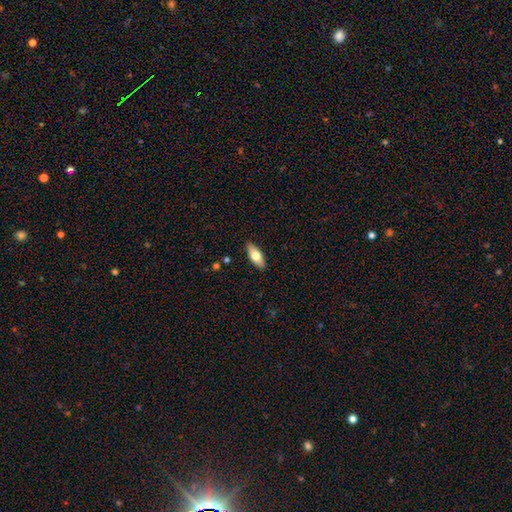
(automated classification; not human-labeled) A smooth galaxy with no disk features (69%) that is in between round and cigar-shaped (79%).

Vote fractions:
- Smooth or featured? smooth: 69% / featured or disk: 25% / star or artifact: 6%
- How rounded? in between: 79% / cigar-shaped: 19% / round: 2%
- Merging? none: 89% / minor disturbance: 8% / major disturbance: 2% / merger: 1%